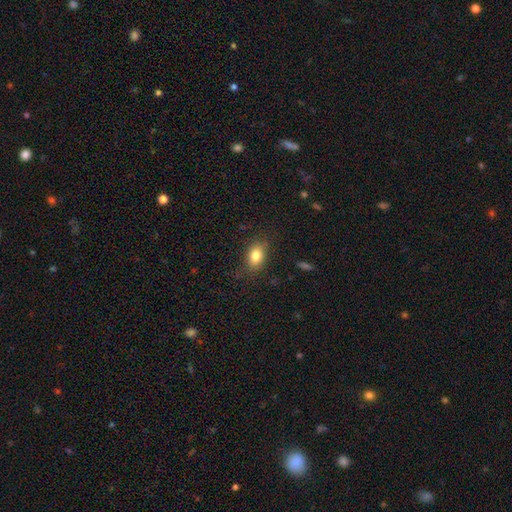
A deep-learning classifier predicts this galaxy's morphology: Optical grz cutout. It shows a smooth galaxy with no disk features (82%) that is in between round and cigar-shaped (80%). Merging: none (79%).